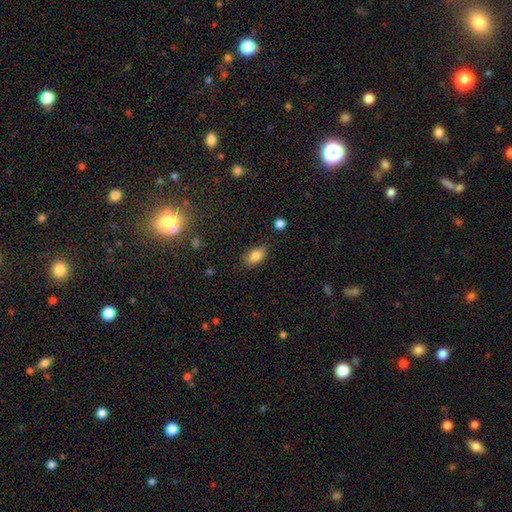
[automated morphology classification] Smooth or featured? smooth (82%)
How rounded? in between (88%)
Merging? none (82%)